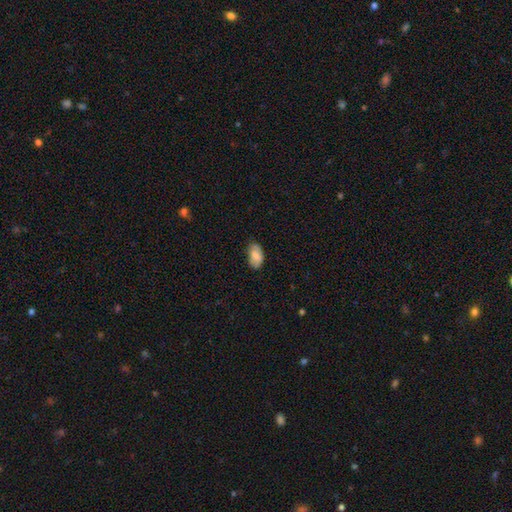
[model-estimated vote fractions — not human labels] This appears to be a smooth galaxy with no disk features (79%) that is in between round and cigar-shaped (93%). Merging: none (76%).